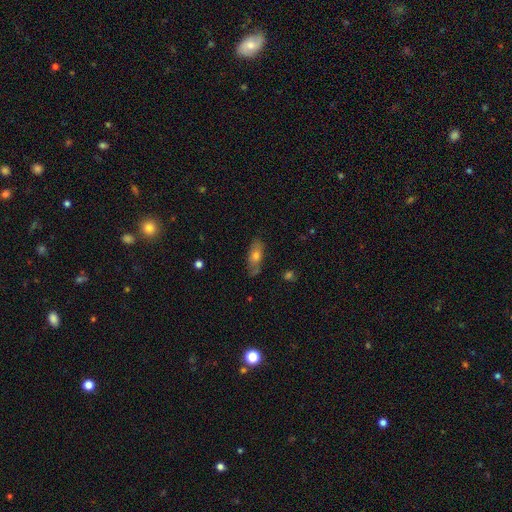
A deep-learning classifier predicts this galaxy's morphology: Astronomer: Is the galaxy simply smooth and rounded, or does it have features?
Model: smooth — 58% (runner-up: featured or disk, 33%).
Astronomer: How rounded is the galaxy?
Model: in between — 75%.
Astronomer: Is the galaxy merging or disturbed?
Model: none — 72%.